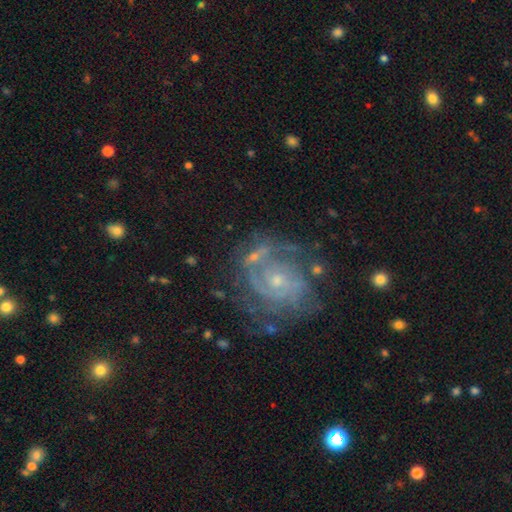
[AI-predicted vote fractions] Q: Smooth or featured?
A: featured or disk (77%); runner-up: star or artifact (13%)
Q: Edge-on disk?
A: no (98%); runner-up: yes (2%)
Q: Bar?
A: no (73%); runner-up: weak (22%)
Q: Spiral arms?
A: yes (90%); runner-up: no (10%)
Q: Spiral winding?
A: tight (58%); runner-up: medium (32%)
Q: Spiral arm count?
A: can't tell (35%); runner-up: 2 (32%)
Q: Bulge size?
A: small (75%); runner-up: moderate (20%)
Q: Merging?
A: none (69%); runner-up: minor disturbance (16%)